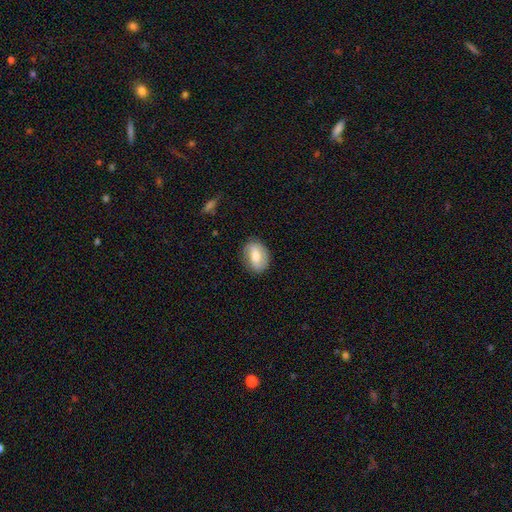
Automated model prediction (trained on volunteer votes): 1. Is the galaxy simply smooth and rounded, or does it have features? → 65% smooth, 27% featured or disk, 7% star or artifact.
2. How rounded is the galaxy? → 77% in between, 21% round, 2% cigar-shaped.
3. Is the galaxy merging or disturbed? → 81% none, 14% minor disturbance, 4% major disturbance, 1% merger.